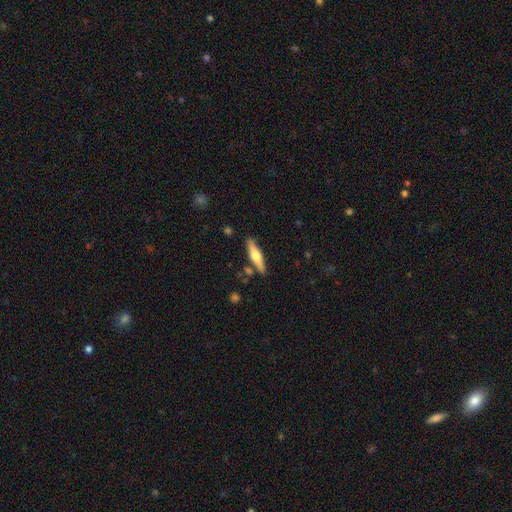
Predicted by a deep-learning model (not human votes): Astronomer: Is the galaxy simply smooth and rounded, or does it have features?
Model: featured or disk — 50% (runner-up: smooth, 45%).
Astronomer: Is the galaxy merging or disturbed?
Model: none — 84%.